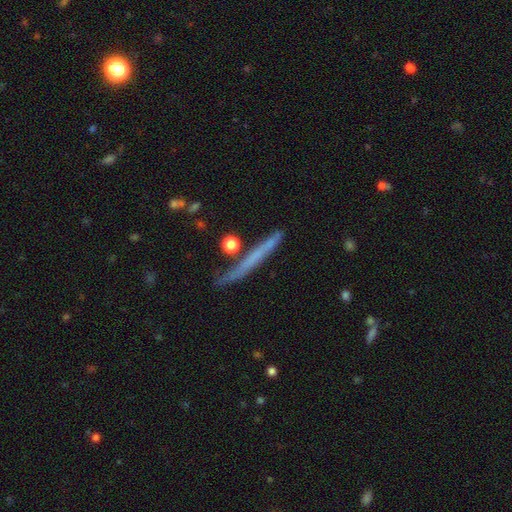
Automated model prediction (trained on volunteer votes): Smooth or featured? smooth (48%)
Merging? none (79%)